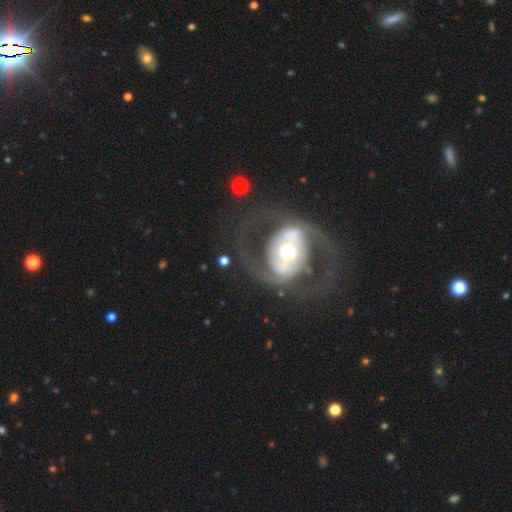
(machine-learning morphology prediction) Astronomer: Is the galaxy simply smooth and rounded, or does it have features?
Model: featured or disk — 84%.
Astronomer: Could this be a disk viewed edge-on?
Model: no — 96%.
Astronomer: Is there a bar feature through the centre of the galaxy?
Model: no — 42% (runner-up: strong, 29%).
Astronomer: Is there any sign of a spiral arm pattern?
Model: yes — 77%.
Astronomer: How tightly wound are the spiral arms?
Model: medium — 49% (runner-up: loose, 30%).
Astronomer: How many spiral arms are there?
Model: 2 — 90%.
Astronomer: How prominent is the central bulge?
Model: moderate — 61%.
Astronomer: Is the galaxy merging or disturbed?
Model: none — 71%.